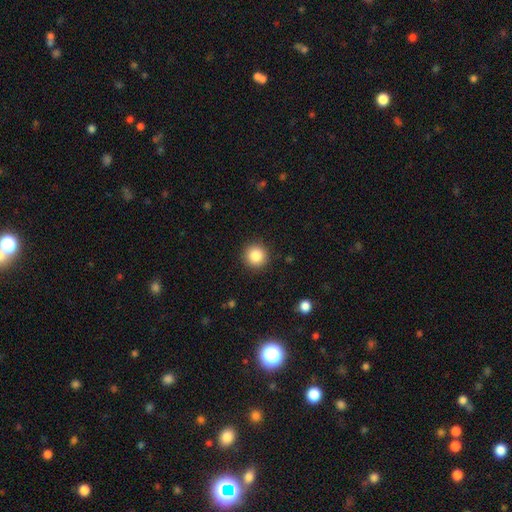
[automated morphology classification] Smooth or featured? smooth (85%)
How rounded? round (94%)
Merging? none (91%)